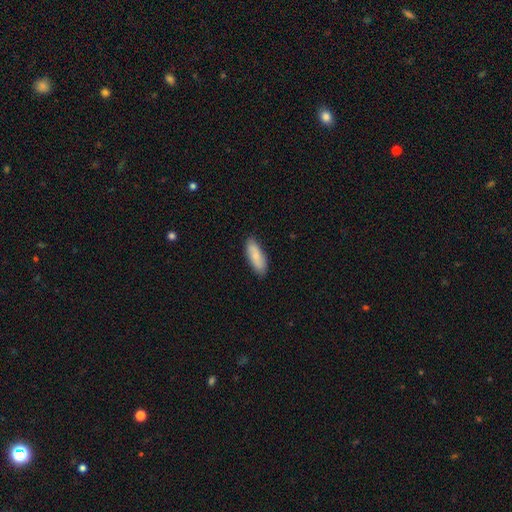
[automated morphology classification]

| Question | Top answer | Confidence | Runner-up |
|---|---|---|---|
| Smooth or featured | smooth | 79% | featured or disk (15%) |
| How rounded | in between | 66% | cigar-shaped (32%) |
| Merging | none | 85% | minor disturbance (12%) |